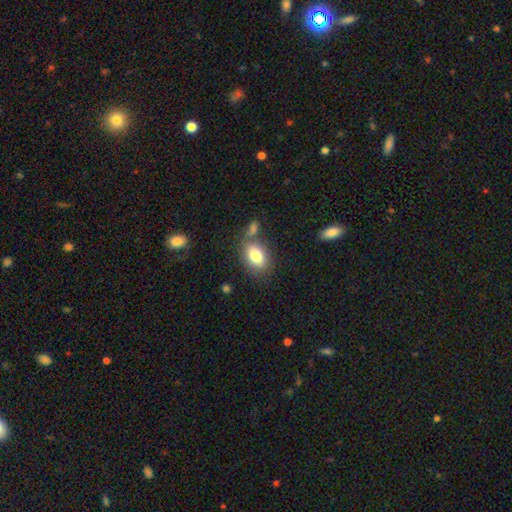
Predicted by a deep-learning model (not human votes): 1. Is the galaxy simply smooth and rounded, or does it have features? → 81% smooth, 11% featured or disk, 8% star or artifact.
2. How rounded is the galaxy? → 81% in between, 17% round, 1% cigar-shaped.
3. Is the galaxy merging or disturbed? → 65% none, 16% merger, 15% minor disturbance, 5% major disturbance.